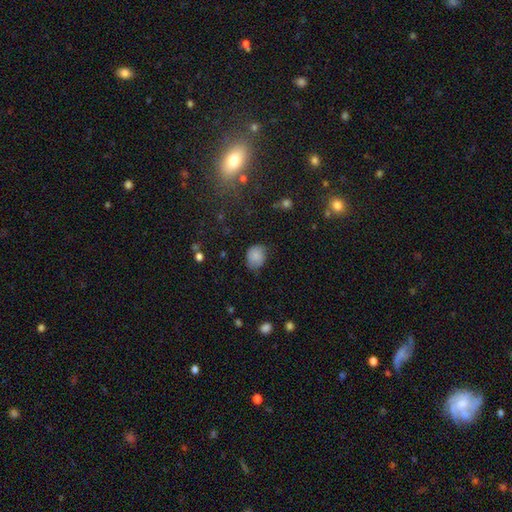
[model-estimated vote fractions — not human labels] This is clearly a smooth galaxy (83%). How rounded: possibly round (53%). Merging: likely none (65%).